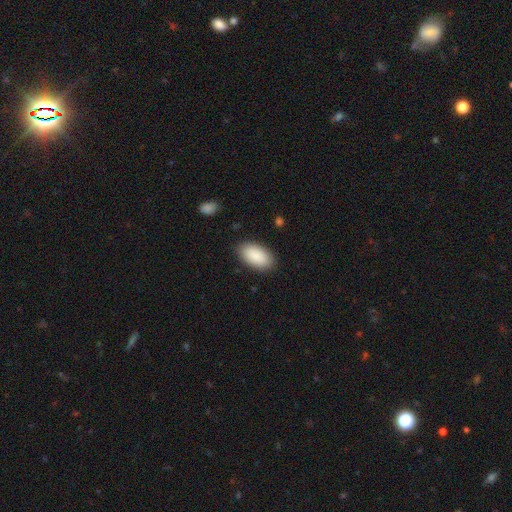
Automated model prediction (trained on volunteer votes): smooth-or-featured: smooth: 90% | star or artifact: 6% | featured or disk: 4%
  how-rounded: in between: 95% | round: 2% | cigar-shaped: 2%
  merging: none: 87% | minor disturbance: 9% | major disturbance: 2% | merger: 1%